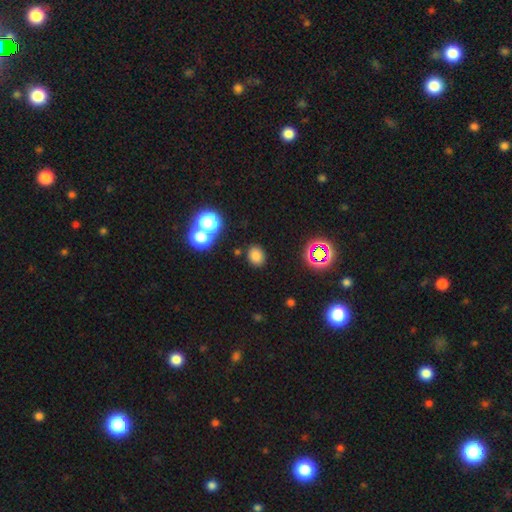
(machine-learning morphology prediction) This is likely a smooth galaxy (76%). How rounded: possibly round (53%). Merging: clearly none (83%).